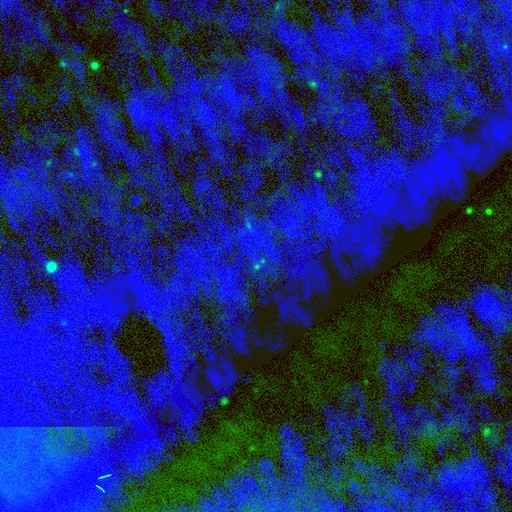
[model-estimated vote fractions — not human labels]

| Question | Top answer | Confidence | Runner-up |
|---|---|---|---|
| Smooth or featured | star or artifact | 79% | smooth (12%) |